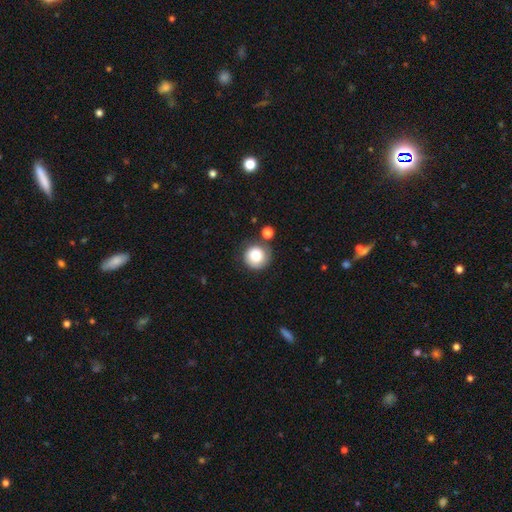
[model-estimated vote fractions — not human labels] A smooth galaxy with no disk features (83%) that is round (93%). Merging: none (71%).